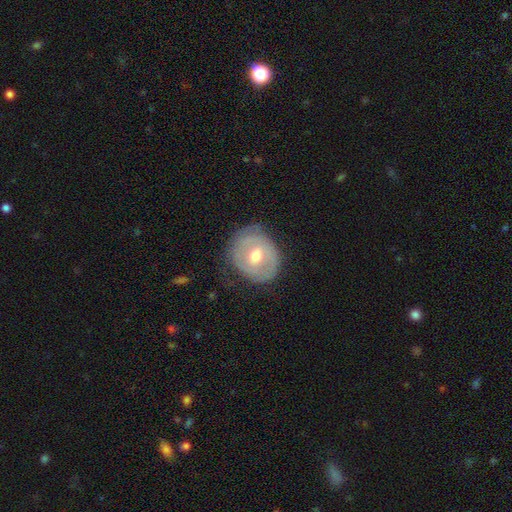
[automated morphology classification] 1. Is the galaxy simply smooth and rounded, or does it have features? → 56% featured or disk, 38% smooth, 7% star or artifact.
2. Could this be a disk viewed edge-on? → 95% no, 5% yes.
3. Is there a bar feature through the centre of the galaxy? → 52% no, 38% weak, 11% strong.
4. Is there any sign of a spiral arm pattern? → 52% no, 48% yes.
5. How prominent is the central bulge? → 76% moderate, 17% small, 5% large, 1% none, 1% dominant.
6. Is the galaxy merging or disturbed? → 69% none, 22% minor disturbance, 7% major disturbance, 1% merger.